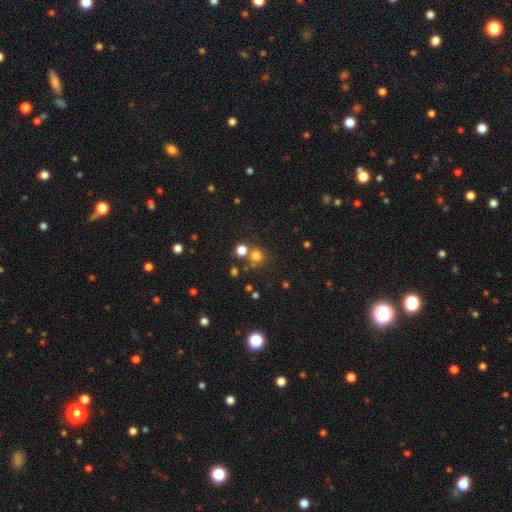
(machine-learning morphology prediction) A smooth galaxy with no disk features (73%) that is round (91%). Merging: none (69%).